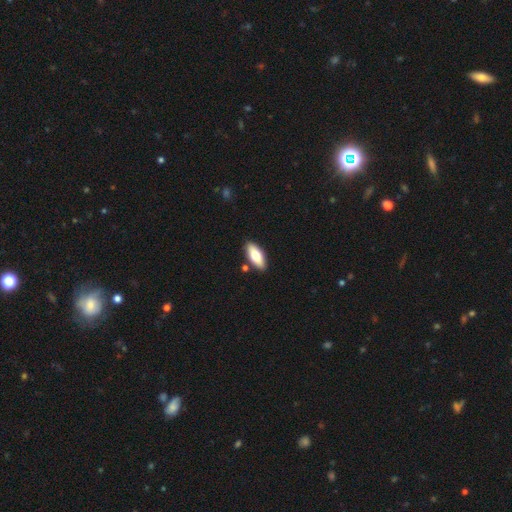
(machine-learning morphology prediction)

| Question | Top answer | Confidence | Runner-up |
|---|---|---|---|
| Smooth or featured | smooth | 71% | featured or disk (23%) |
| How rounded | in between | 76% | cigar-shaped (22%) |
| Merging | none | 86% | minor disturbance (9%) |